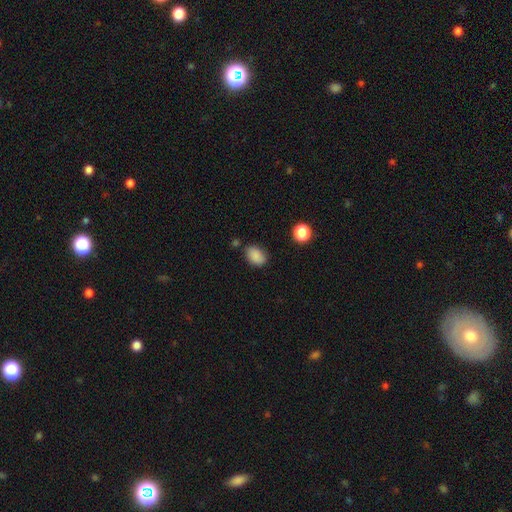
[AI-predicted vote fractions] Morphology: type=smooth (86%); roundness=in between (83%); merging=none (77%).